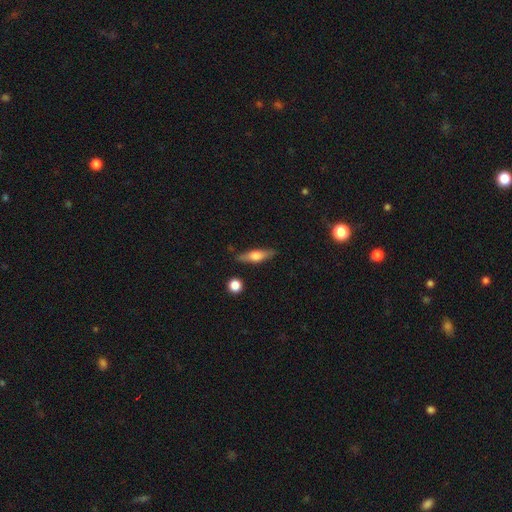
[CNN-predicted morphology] smooth_or_featured: featured or disk (p=0.48) [alt: smooth p=0.46]
merging: none (p=0.82) [alt: minor disturbance p=0.12]